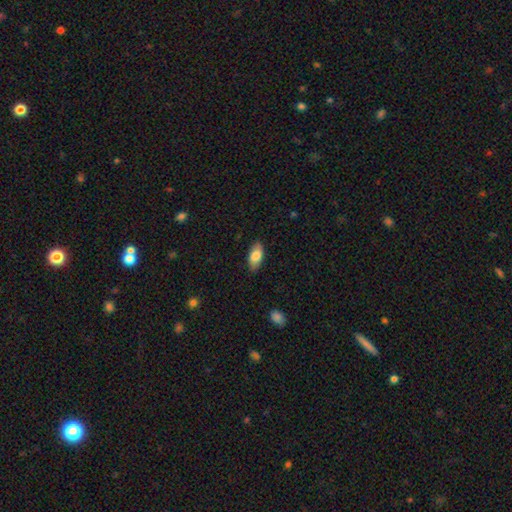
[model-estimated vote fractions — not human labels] The model was most divided on "smooth or featured": smooth: 81%, featured or disk: 13%, star or artifact: 6%. More confident: how rounded — in between (89%); merging — none (85%).